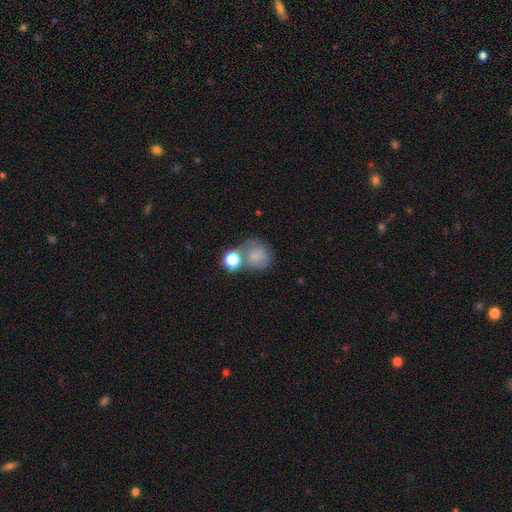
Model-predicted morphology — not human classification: smooth-or-featured: smooth: 74% | featured or disk: 14% | star or artifact: 11%
  how-rounded: round: 79% | in between: 20% | cigar-shaped: 1%
  merging: none: 47% | merger: 25% | minor disturbance: 18% | major disturbance: 11%